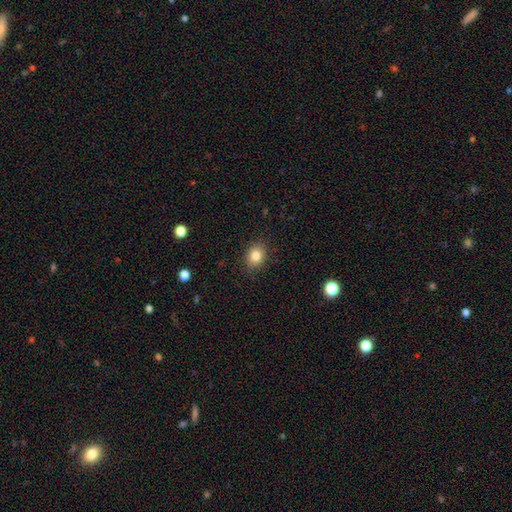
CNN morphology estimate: This appears to be a smooth galaxy with no disk features (83%) that is round (52%). Merging: none (88%).